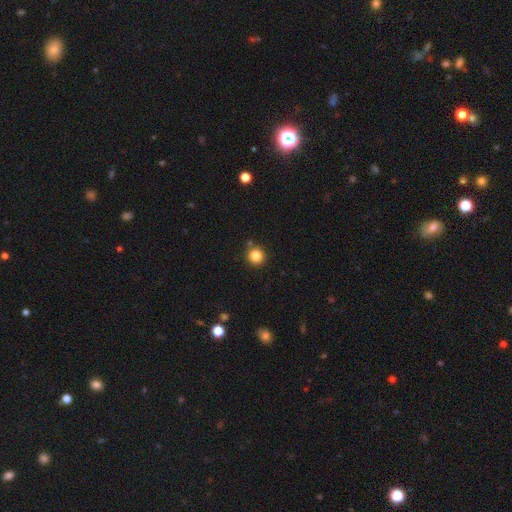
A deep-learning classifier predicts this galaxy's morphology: Smooth or featured? Predicted: smooth (p=0.84). How rounded? Predicted: round (p=0.94). Merging? Predicted: none (p=0.87).